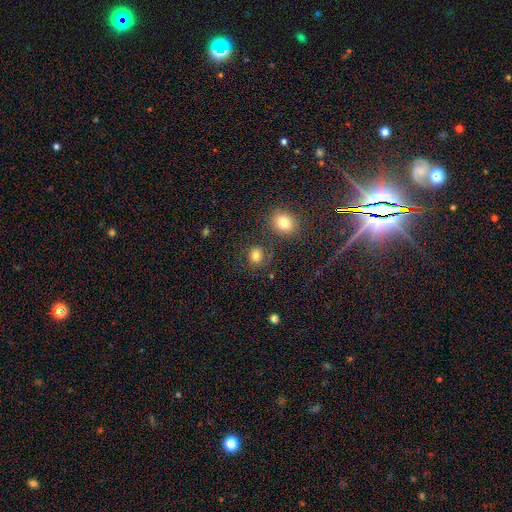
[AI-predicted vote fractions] smooth_or_featured: smooth (p=0.74) [alt: star or artifact p=0.15]
how_rounded: round (p=0.75) [alt: in between p=0.24]
merging: none (p=0.73) [alt: minor disturbance p=0.13]